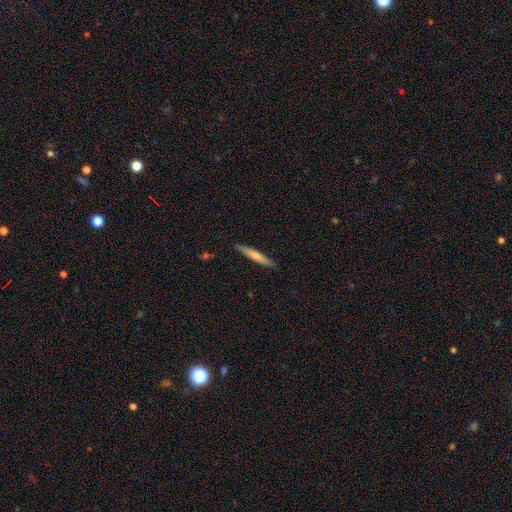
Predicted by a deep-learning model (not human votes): Overall: smooth (60%; featured or disk 34%). How rounded: cigar-shaped (93%). Merging: none (87%).